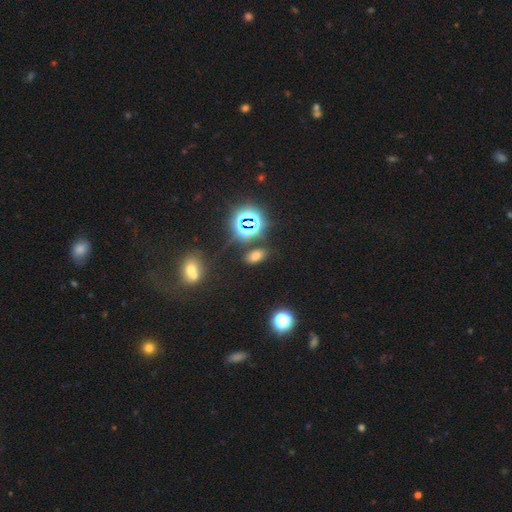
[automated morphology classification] Q: Smooth or featured?
A: smooth (57%); runner-up: star or artifact (34%)
Q: How rounded?
A: in between (86%); runner-up: round (10%)
Q: Merging?
A: none (84%); runner-up: minor disturbance (9%)